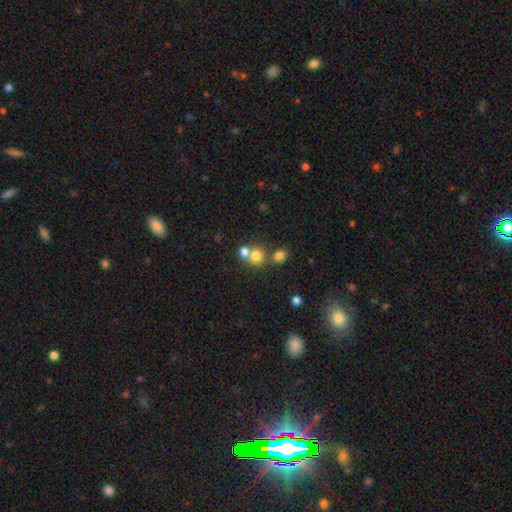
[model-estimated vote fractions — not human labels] The model was most divided on "merging": none: 47%, merger: 43%, minor disturbance: 6%, major disturbance: 3%. More confident: how rounded — round (85%); smooth or featured — smooth (74%).